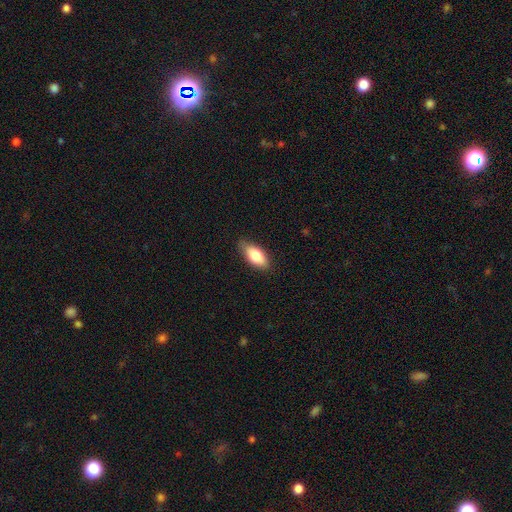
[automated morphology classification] smooth_or_featured: smooth (p=0.78) [alt: featured or disk p=0.16]
how_rounded: in between (p=0.87) [alt: cigar-shaped p=0.11]
merging: none (p=0.82) [alt: minor disturbance p=0.15]